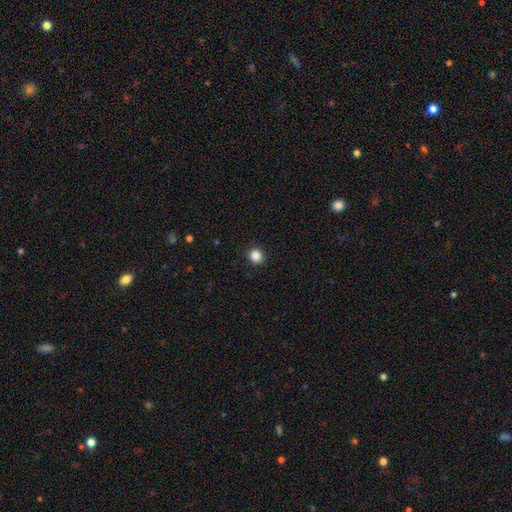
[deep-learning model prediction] smooth_or_featured: smooth (p=0.86) [alt: star or artifact p=0.11]
how_rounded: round (p=0.87) [alt: in between p=0.12]
merging: none (p=0.92) [alt: minor disturbance p=0.06]